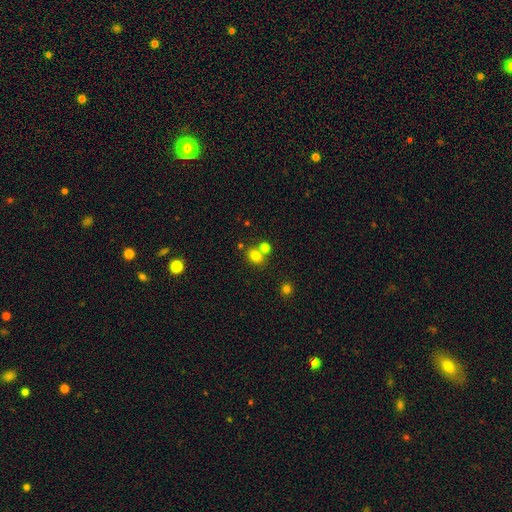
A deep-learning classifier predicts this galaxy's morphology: Smooth or featured?
  - smooth: 77% *
  - star or artifact: 14%
  - featured or disk: 9%
How rounded?
  - in between: 52% *
  - round: 47%
  - cigar-shaped: 1%
Merging?
  - none: 55% *
  - merger: 32%
  - minor disturbance: 10%
  - major disturbance: 3%